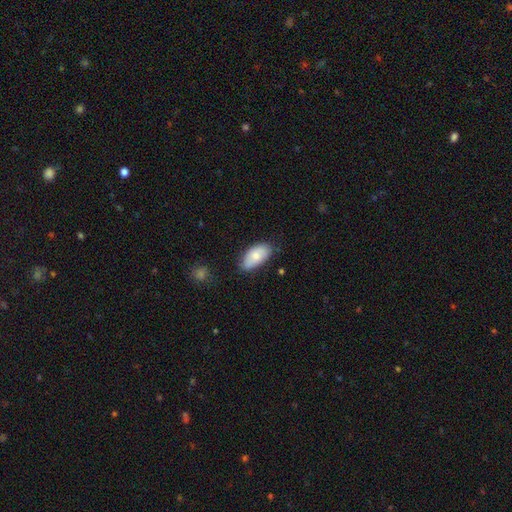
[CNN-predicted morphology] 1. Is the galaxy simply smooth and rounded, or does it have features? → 78% smooth, 16% featured or disk, 6% star or artifact.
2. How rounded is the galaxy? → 94% in between, 3% cigar-shaped, 3% round.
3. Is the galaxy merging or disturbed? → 72% none, 23% minor disturbance, 4% major disturbance, 2% merger.